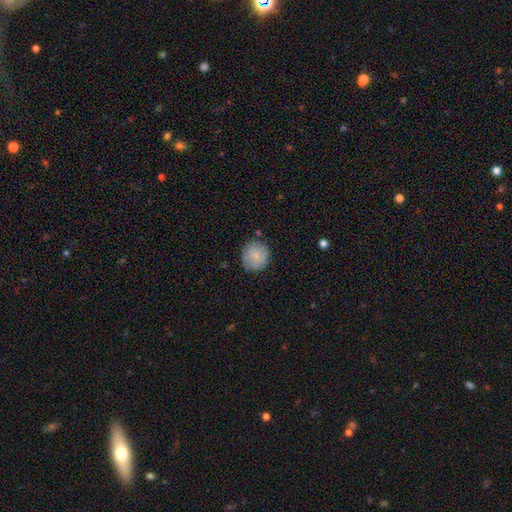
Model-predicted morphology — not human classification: Overall: smooth (79%). How rounded: round (91%). Merging: none (82%).